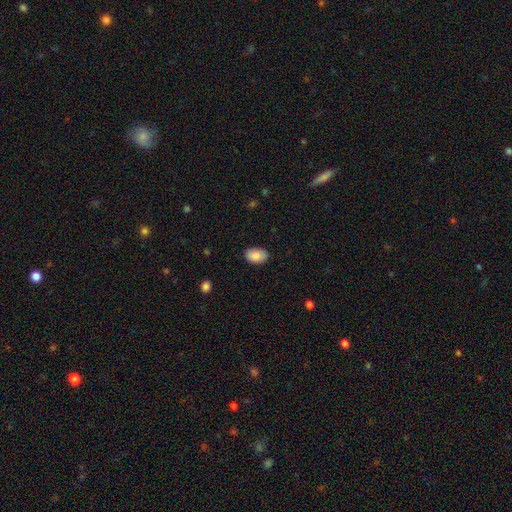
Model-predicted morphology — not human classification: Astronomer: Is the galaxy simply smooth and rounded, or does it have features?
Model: smooth — 89%.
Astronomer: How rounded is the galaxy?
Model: in between — 89%.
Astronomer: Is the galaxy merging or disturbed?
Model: none — 86%.